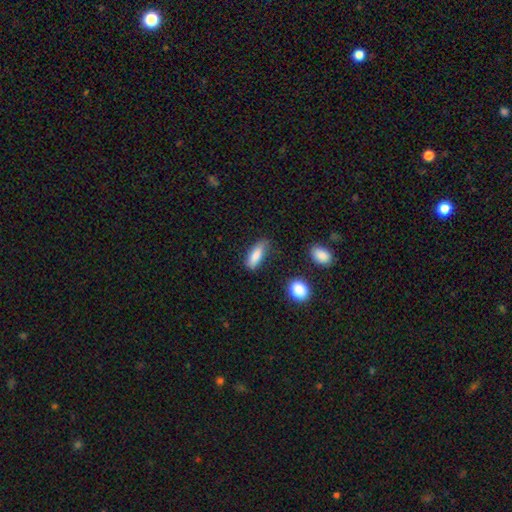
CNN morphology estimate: smooth-or-featured: smooth: 84% | featured or disk: 9% | star or artifact: 7%
  how-rounded: in between: 66% | cigar-shaped: 31% | round: 2%
  merging: none: 72% | minor disturbance: 20% | major disturbance: 5% | merger: 3%